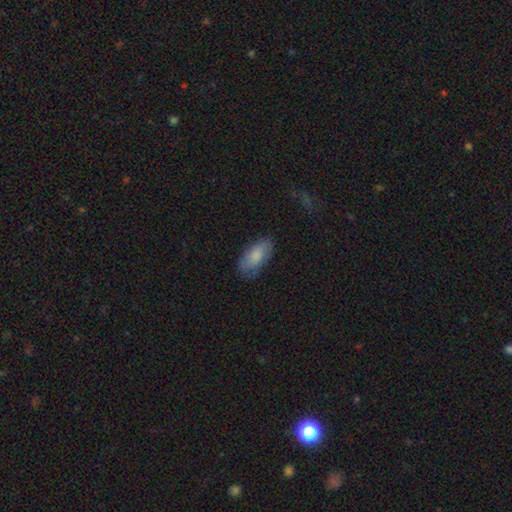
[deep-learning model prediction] Overall: smooth (80%). How rounded: in between (88%). Merging: none (75%).